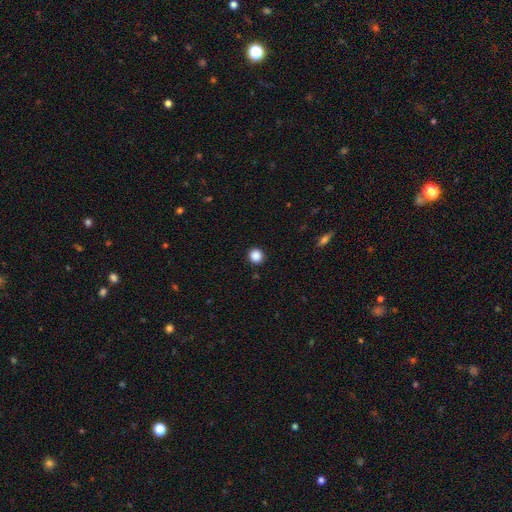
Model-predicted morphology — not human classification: This is clearly a smooth galaxy (88%). How rounded: clearly round (91%). Merging: clearly none (92%).